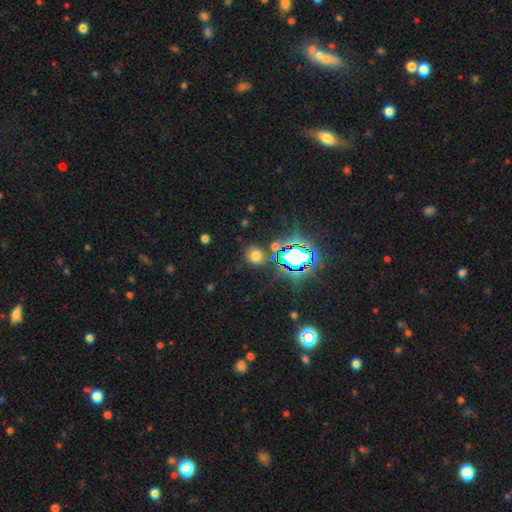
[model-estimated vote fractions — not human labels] Q: Smooth or featured?
A: smooth (61%); runner-up: star or artifact (32%)
Q: How rounded?
A: round (79%); runner-up: in between (20%)
Q: Merging?
A: none (81%); runner-up: minor disturbance (10%)